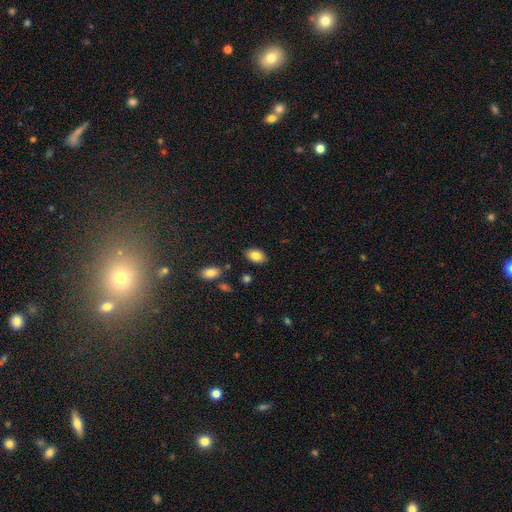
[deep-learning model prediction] Smooth or featured?
  - smooth: 84% *
  - featured or disk: 8%
  - star or artifact: 8%
How rounded?
  - in between: 85% *
  - round: 14%
  - cigar-shaped: 1%
Merging?
  - none: 86% *
  - minor disturbance: 10%
  - major disturbance: 2%
  - merger: 2%